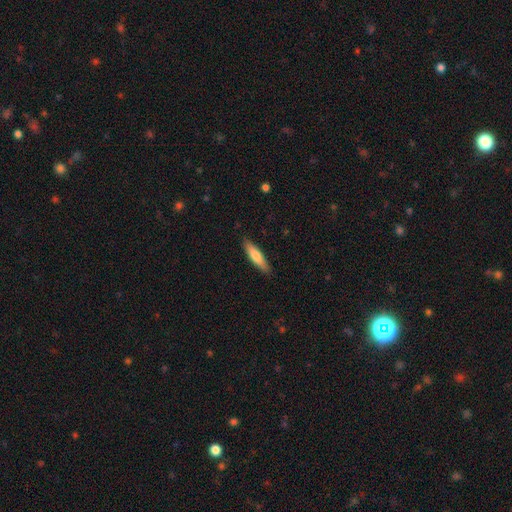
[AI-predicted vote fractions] Smooth or featured: smooth — 71% (featured or disk — 23%)
How rounded: cigar-shaped — 73% (in between — 25%)
Merging: none — 88% (minor disturbance — 9%)